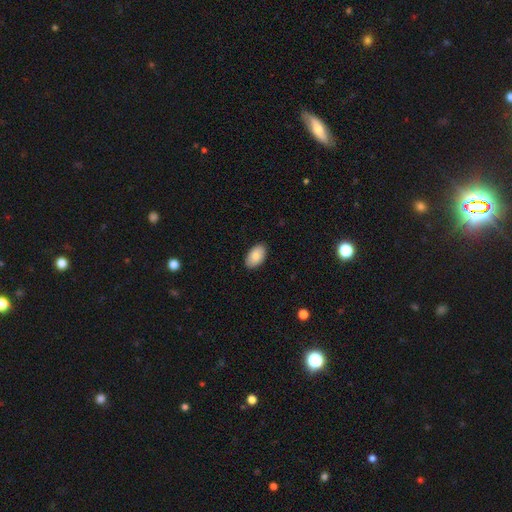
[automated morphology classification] Smooth or featured: smooth — 86% (featured or disk — 8%)
How rounded: in between — 94% (round — 4%)
Merging: none — 89% (minor disturbance — 8%)